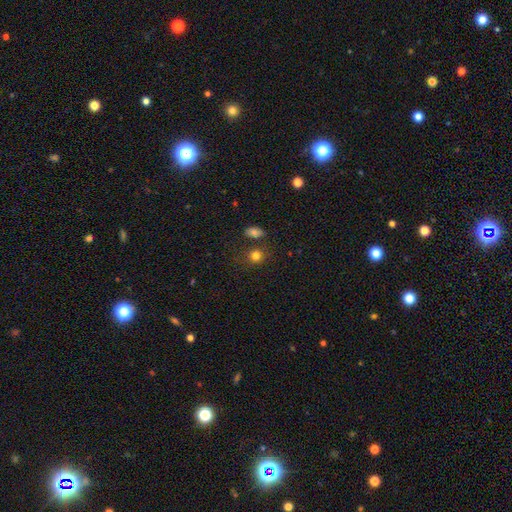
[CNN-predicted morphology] A smooth galaxy with no disk features (79%) that is round (75%).

Vote fractions:
- Smooth or featured? smooth: 79% / star or artifact: 13% / featured or disk: 7%
- How rounded? round: 75% / in between: 24% / cigar-shaped: 1%
- Merging? none: 69% / minor disturbance: 14% / merger: 11% / major disturbance: 6%